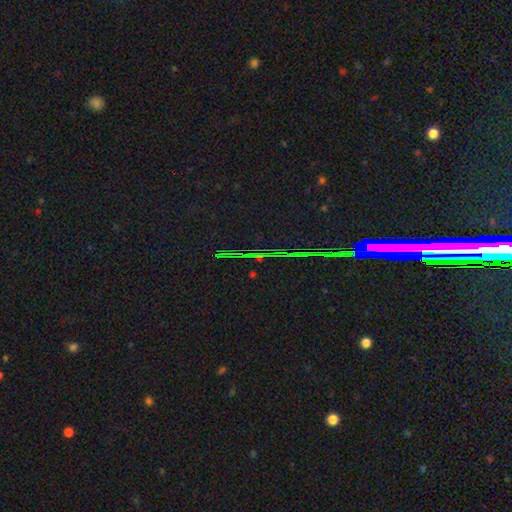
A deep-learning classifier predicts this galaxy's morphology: Smooth or featured? Predicted: star or artifact (p=0.78).